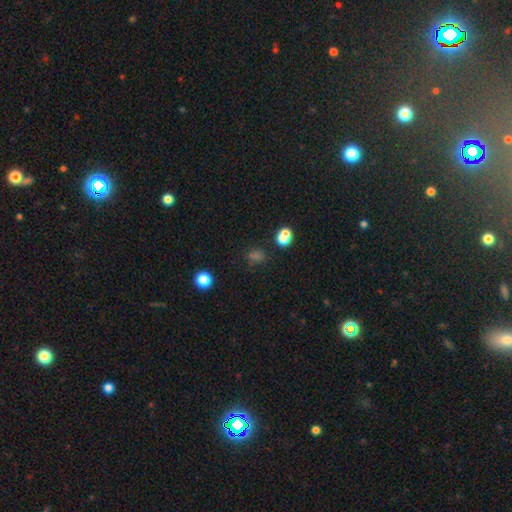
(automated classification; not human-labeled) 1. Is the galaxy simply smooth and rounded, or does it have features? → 58% smooth, 36% star or artifact, 6% featured or disk.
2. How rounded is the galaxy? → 57% round, 40% in between, 2% cigar-shaped.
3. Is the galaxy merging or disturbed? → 74% none, 12% minor disturbance, 8% merger, 6% major disturbance.